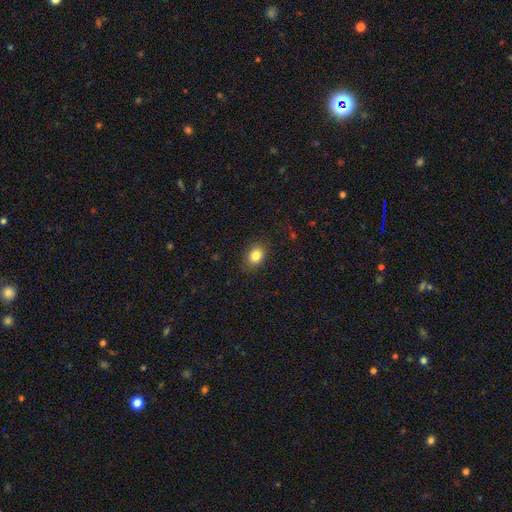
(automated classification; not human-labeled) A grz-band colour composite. It shows a smooth galaxy with no disk features (84%) that is in between round and cigar-shaped (65%). Merging: none (86%).